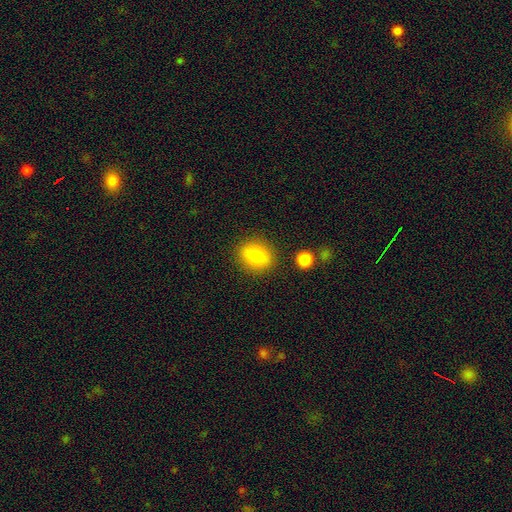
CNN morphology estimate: type=smooth (80%); roundness=in between (57%); merging=none (85%).